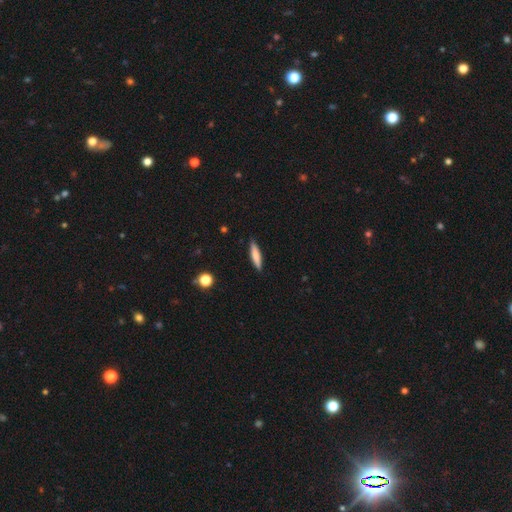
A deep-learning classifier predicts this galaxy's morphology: smooth-or-featured: smooth: 73% | featured or disk: 20% | star or artifact: 6%
  how-rounded: cigar-shaped: 82% | in between: 16% | round: 2%
  merging: none: 89% | minor disturbance: 8% | major disturbance: 2% | merger: 1%